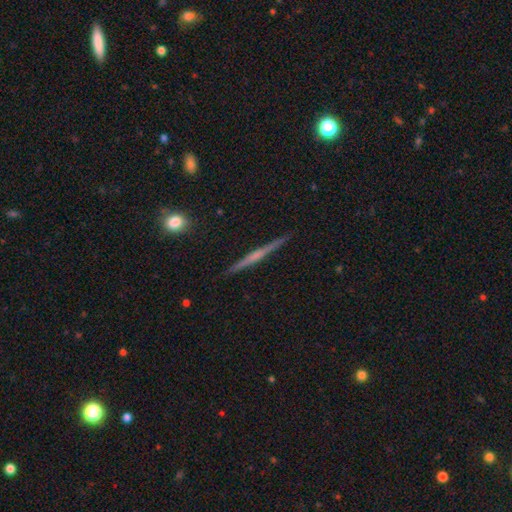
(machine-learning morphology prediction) Smooth or featured?
  - featured or disk: 66% *
  - smooth: 28%
  - star or artifact: 7%
Edge-on disk?
  - yes: 98% *
  - no: 2%
Edge-on bulge?
  - none: 57% *
  - rounded: 31%
  - boxy: 12%
Merging?
  - none: 91% *
  - minor disturbance: 6%
  - major disturbance: 1%
  - merger: 1%